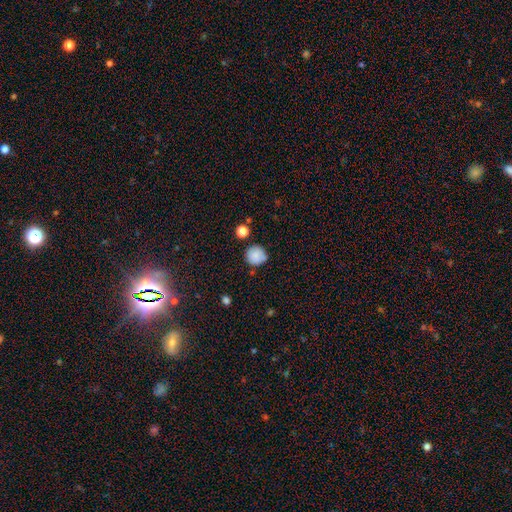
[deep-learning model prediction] Smooth or featured? Predicted: smooth (p=0.86). How rounded? Predicted: round (p=0.92). Merging? Predicted: none (p=0.78).